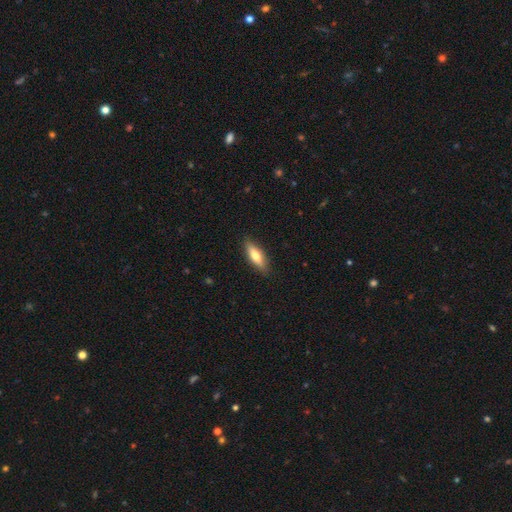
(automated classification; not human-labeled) smooth 62%, featured or disk 32%, star or artifact 6%. Down the decision tree: how rounded — in between (51%); merging — none (88%).